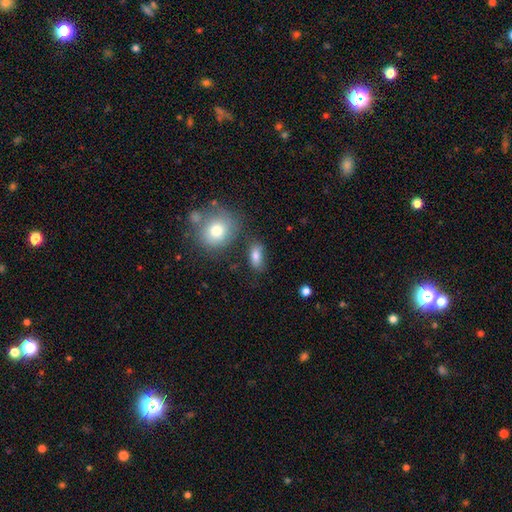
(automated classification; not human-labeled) smooth-or-featured: smooth: 79% | featured or disk: 11% | star or artifact: 10%
  how-rounded: in between: 83% | round: 11% | cigar-shaped: 6%
  merging: none: 68% | minor disturbance: 18% | merger: 9% | major disturbance: 6%